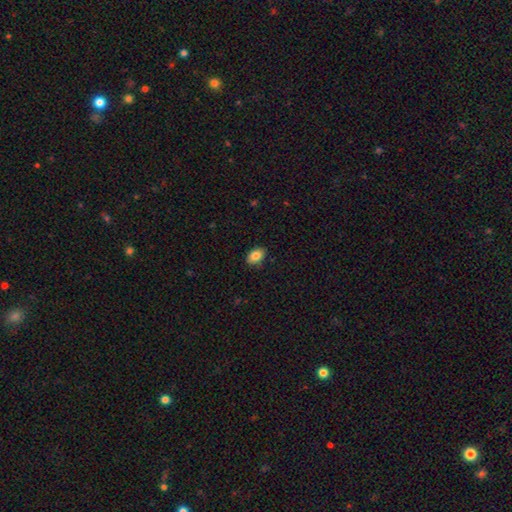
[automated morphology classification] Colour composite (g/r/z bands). It shows a smooth galaxy with no disk features (85%) that is in between round and cigar-shaped (85%). Merging: none (86%).